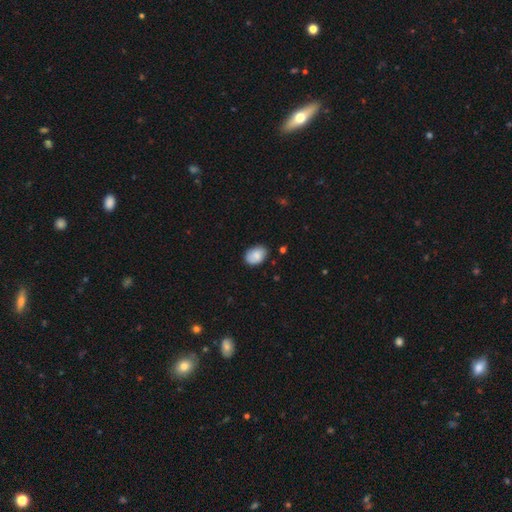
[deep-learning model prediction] Morphology: type=smooth (82%); roundness=in between (78%); merging=none (77%).